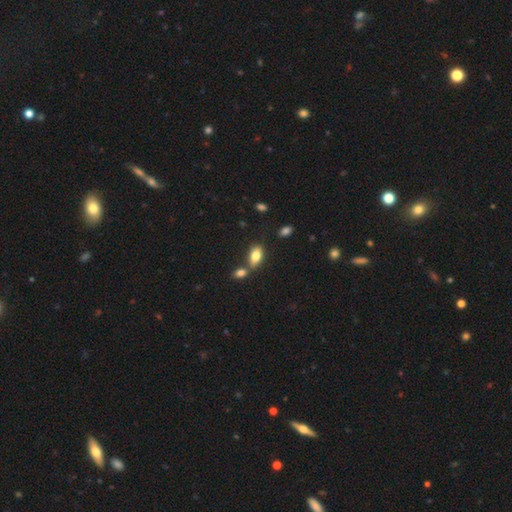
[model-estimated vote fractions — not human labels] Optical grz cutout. It shows a smooth galaxy with no disk features (80%) that is in between round and cigar-shaped (90%). Merging: none (55%).